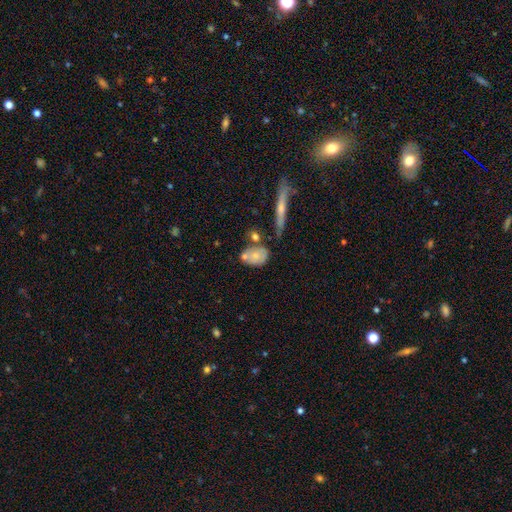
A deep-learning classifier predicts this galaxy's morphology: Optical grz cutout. It shows a smooth galaxy with no disk features (65%) that is in between round and cigar-shaped (71%). Merging: none (47%).